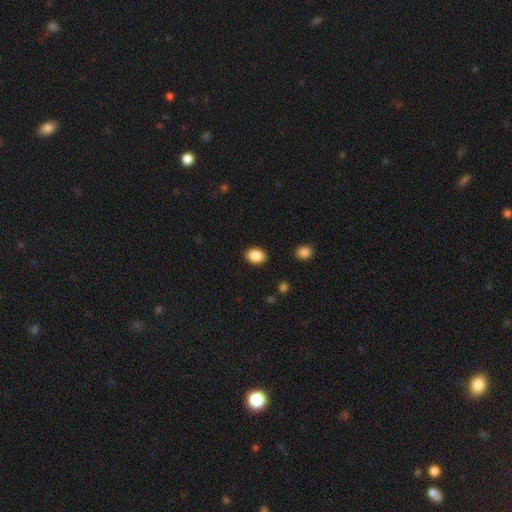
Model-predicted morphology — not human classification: smooth-or-featured: smooth: 88% | star or artifact: 8% | featured or disk: 4%
  how-rounded: in between: 73% | round: 26% | cigar-shaped: 1%
  merging: none: 87% | minor disturbance: 9% | major disturbance: 2% | merger: 1%